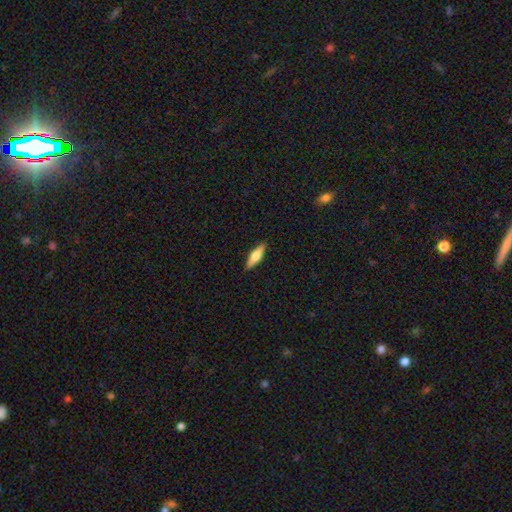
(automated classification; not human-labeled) This is possibly a smooth galaxy (59%). How rounded: likely cigar-shaped (64%). Merging: clearly none (90%).